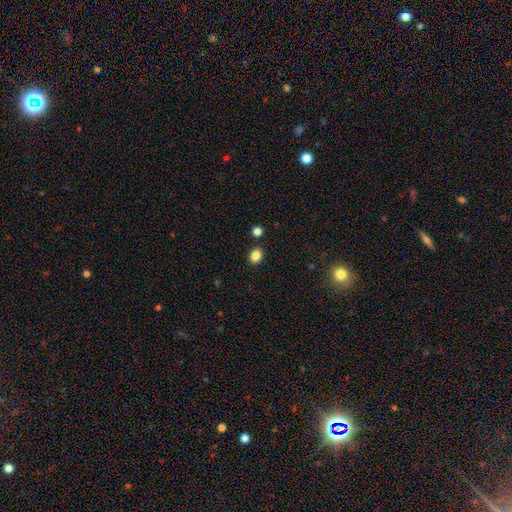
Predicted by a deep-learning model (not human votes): smooth_or_featured: smooth (p=0.85) [alt: star or artifact p=0.11]
how_rounded: in between (p=0.58) [alt: round p=0.41]
merging: none (p=0.86) [alt: minor disturbance p=0.08]